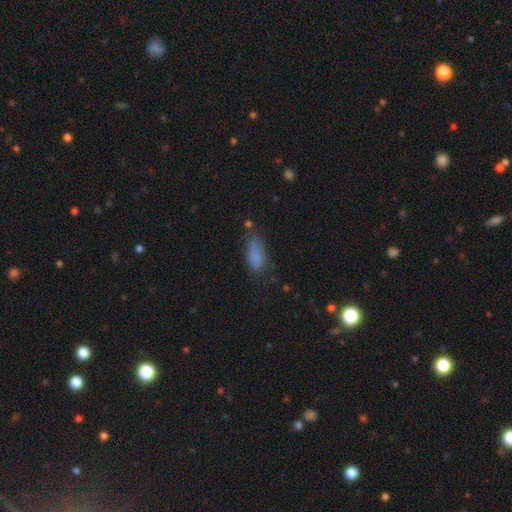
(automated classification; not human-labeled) This is clearly a smooth galaxy (82%). How rounded: likely in between (73%). Merging: possibly none (57%).